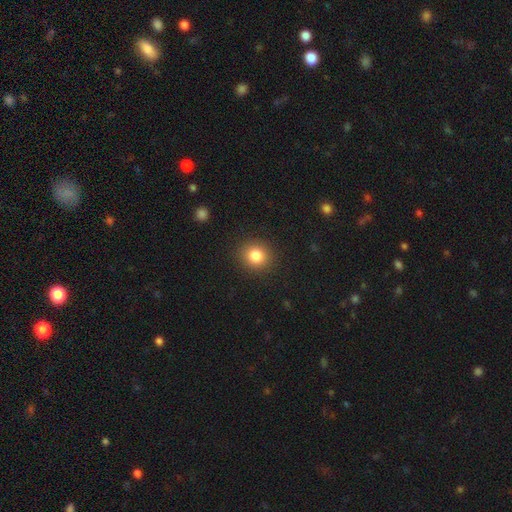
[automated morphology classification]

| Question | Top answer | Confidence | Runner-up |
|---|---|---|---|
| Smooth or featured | smooth | 83% | star or artifact (11%) |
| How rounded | round | 84% | in between (15%) |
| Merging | none | 90% | minor disturbance (7%) |